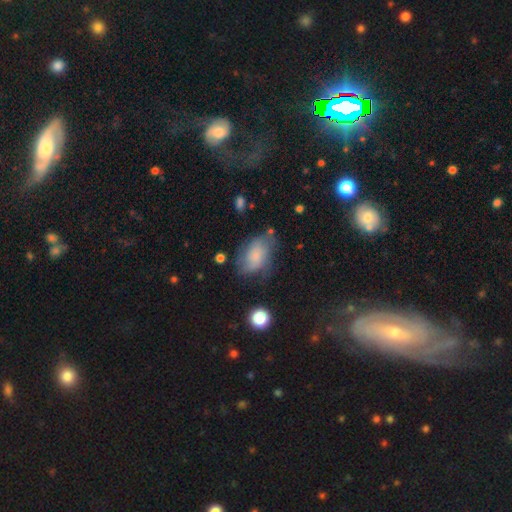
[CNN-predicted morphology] Smooth or featured? Predicted: smooth (p=0.56). How rounded? Predicted: in between (p=0.84). Merging? Predicted: none (p=0.51).